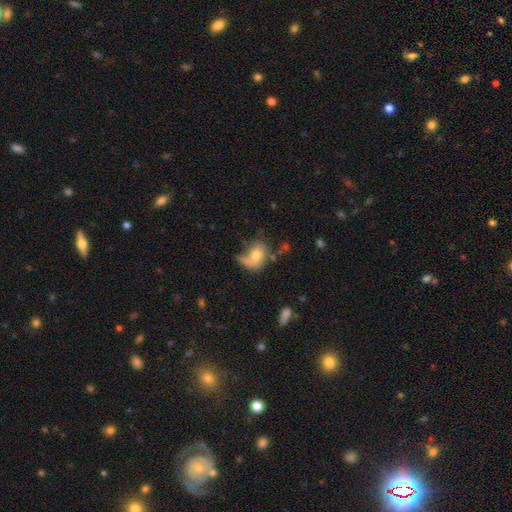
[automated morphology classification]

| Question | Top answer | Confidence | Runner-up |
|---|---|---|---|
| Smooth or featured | smooth | 65% | featured or disk (26%) |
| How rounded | in between | 50% | round (48%) |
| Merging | none | 35% | major disturbance (28%) |